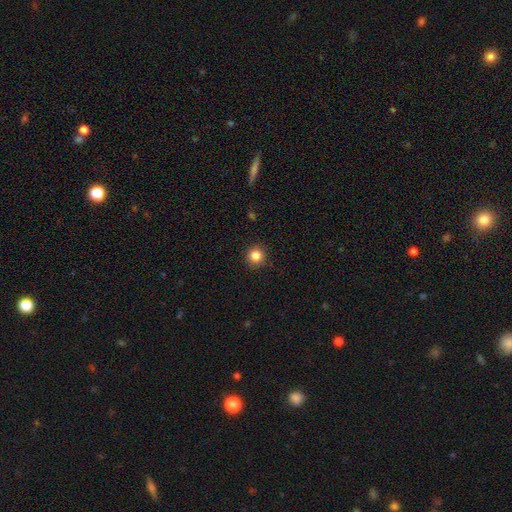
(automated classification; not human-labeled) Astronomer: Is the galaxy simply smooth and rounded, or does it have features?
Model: smooth — 84%.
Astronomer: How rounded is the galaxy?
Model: round — 95%.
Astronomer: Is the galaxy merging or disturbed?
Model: none — 92%.